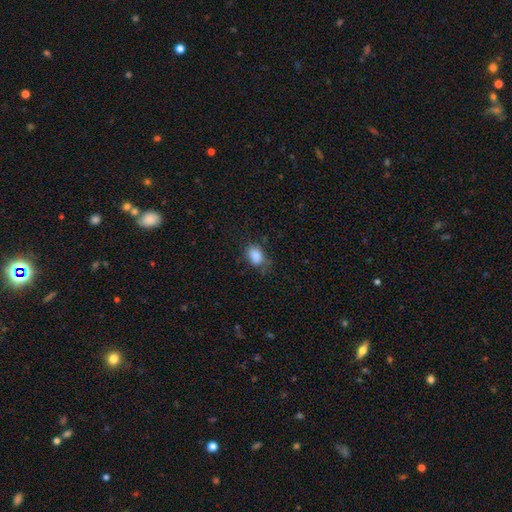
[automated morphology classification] smooth_or_featured: smooth (p=0.85) [alt: star or artifact p=0.09]
how_rounded: in between (p=0.76) [alt: round p=0.22]
merging: none (p=0.60) [alt: minor disturbance p=0.28]